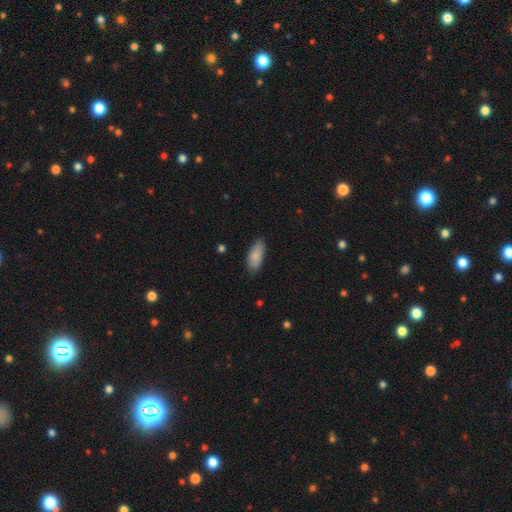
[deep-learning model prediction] This is clearly a smooth galaxy (86%). How rounded: clearly in between (82%). Merging: clearly none (81%).